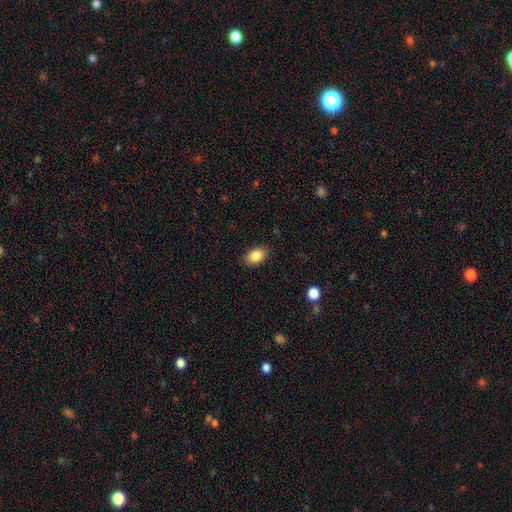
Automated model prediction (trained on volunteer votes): smooth 87%, star or artifact 8%, featured or disk 5%. Down the decision tree: how rounded — in between (85%); merging — none (87%).